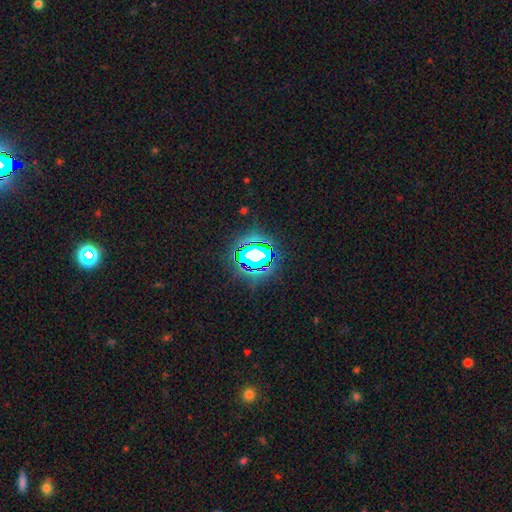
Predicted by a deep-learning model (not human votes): Overall: star or artifact (67%).